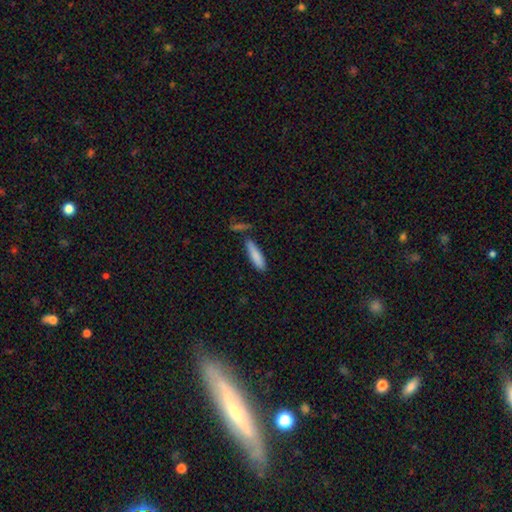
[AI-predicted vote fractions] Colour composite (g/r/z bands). It shows a smooth galaxy with no disk features (84%) that is cigar-shaped (73%). Merging: none (74%).